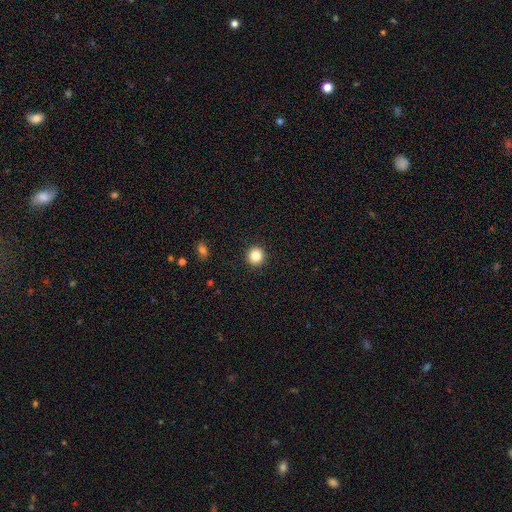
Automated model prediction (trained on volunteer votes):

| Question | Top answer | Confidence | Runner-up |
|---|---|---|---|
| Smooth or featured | smooth | 85% | star or artifact (10%) |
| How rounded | round | 94% | in between (5%) |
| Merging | none | 93% | minor disturbance (5%) |